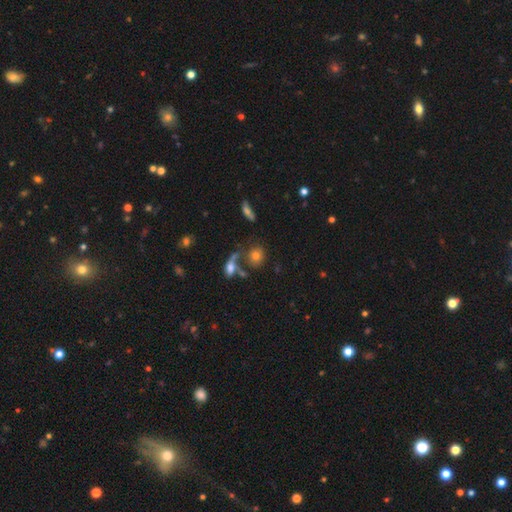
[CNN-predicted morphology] A smooth galaxy with no disk features (73%) that is round (64%). Merging: none (54%).